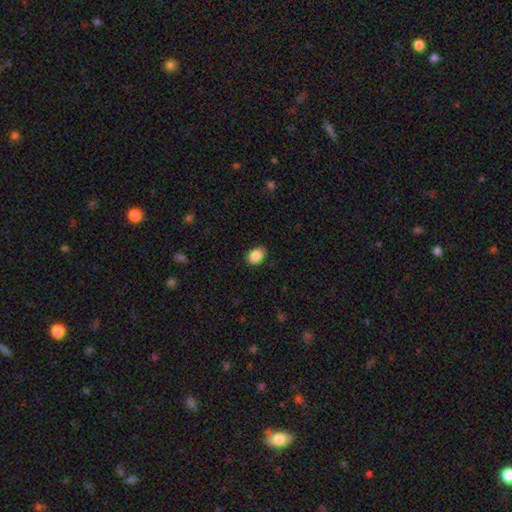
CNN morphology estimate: A smooth galaxy with no disk features (88%) that is in between round and cigar-shaped (73%).

Vote fractions:
- Smooth or featured? smooth: 88% / star or artifact: 8% / featured or disk: 4%
- How rounded? in between: 73% / round: 26% / cigar-shaped: 1%
- Merging? none: 87% / minor disturbance: 10% / major disturbance: 2% / merger: 1%